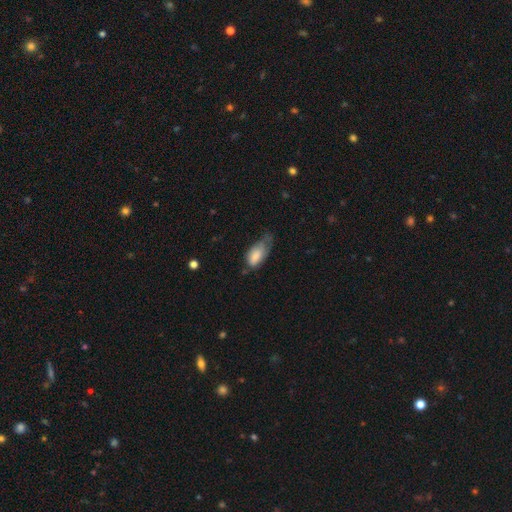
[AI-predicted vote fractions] A smooth galaxy with no disk features (78%) that is in between round and cigar-shaped (91%). Merging: minor disturbance (46%).